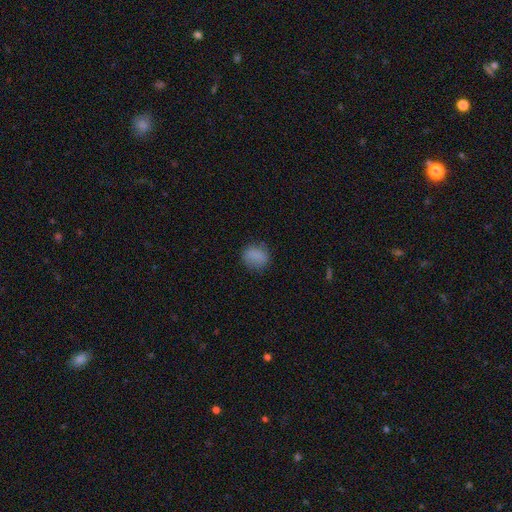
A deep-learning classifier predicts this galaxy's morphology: Q: Smooth or featured?
A: smooth (83%); runner-up: star or artifact (10%)
Q: How rounded?
A: round (68%); runner-up: in between (31%)
Q: Merging?
A: none (78%); runner-up: minor disturbance (16%)